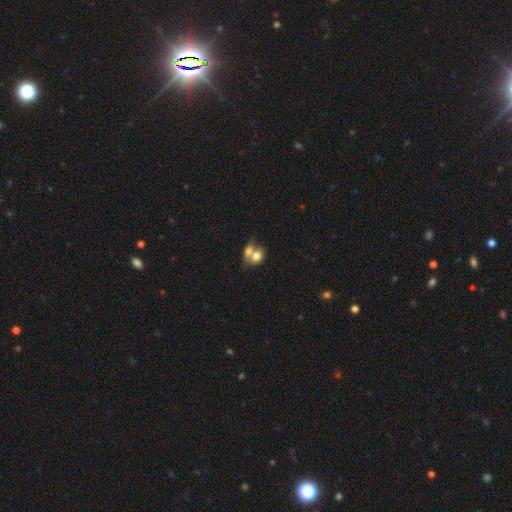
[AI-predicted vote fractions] smooth 71%, featured or disk 21%, star or artifact 8%. Down the decision tree: how rounded — in between (61%); merging — merger (71%).